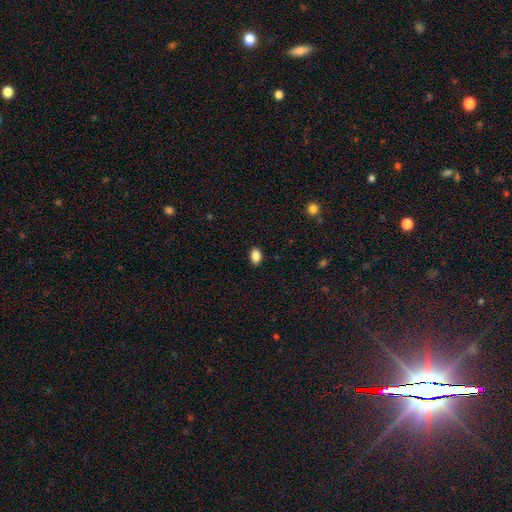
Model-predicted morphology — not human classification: smooth 88%, star or artifact 9%, featured or disk 4%. Down the decision tree: how rounded — in between (84%); merging — none (89%).